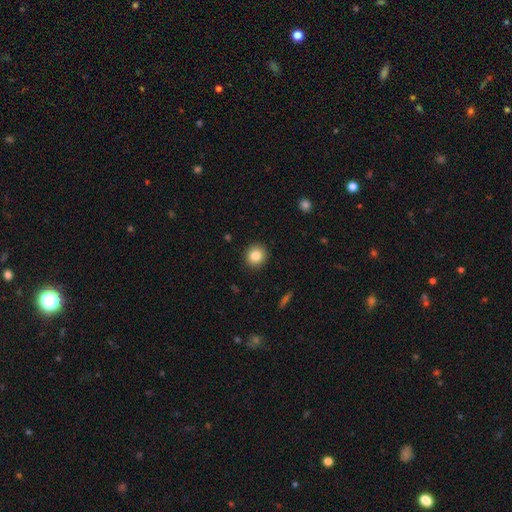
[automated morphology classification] type=smooth (84%); roundness=round (88%); merging=none (91%).